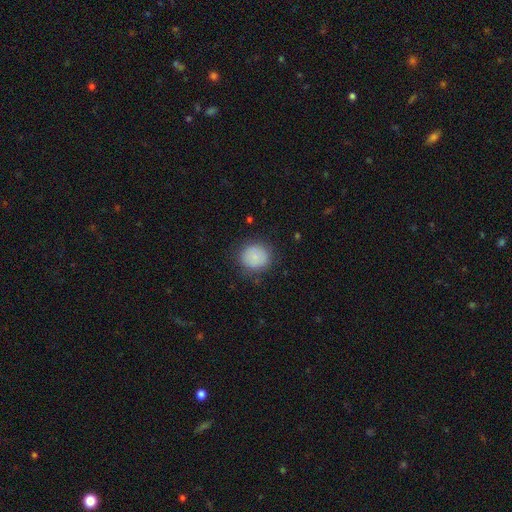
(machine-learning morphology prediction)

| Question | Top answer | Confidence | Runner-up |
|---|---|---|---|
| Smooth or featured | smooth | 86% | star or artifact (8%) |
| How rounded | round | 87% | in between (12%) |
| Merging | none | 83% | minor disturbance (12%) |